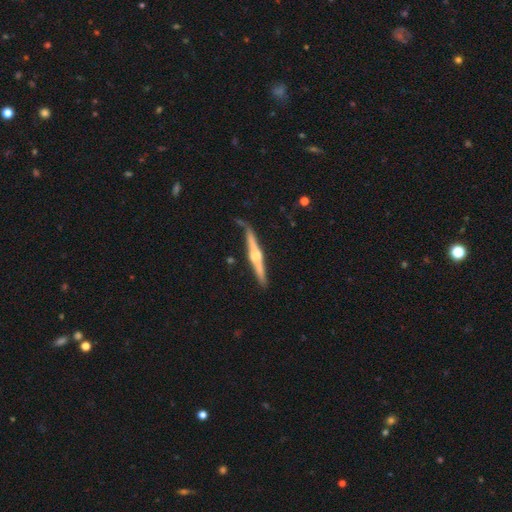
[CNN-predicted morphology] A featured or disk galaxy (78%) viewed edge-on (98%) with a rounded central bulge (91%).

Vote fractions:
- Smooth or featured? featured or disk: 78% / smooth: 17% / star or artifact: 5%
- Edge-on disk? yes: 98% / no: 2%
- Edge-on bulge? rounded: 91% / boxy: 5% / none: 4%
- Merging? none: 77% / minor disturbance: 16% / major disturbance: 4% / merger: 3%